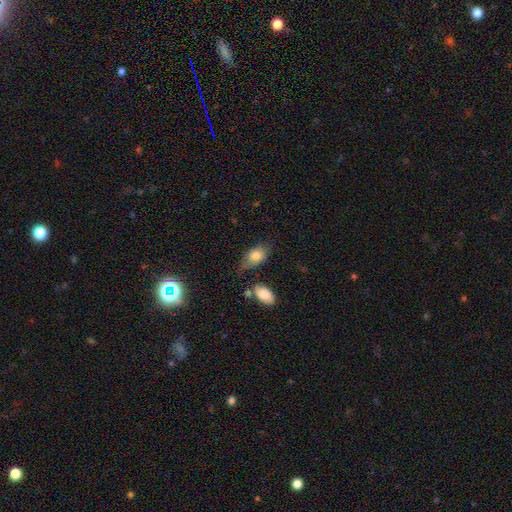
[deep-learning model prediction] A smooth galaxy with no disk features (79%) that is in between round and cigar-shaped (85%). Merging: none (57%).